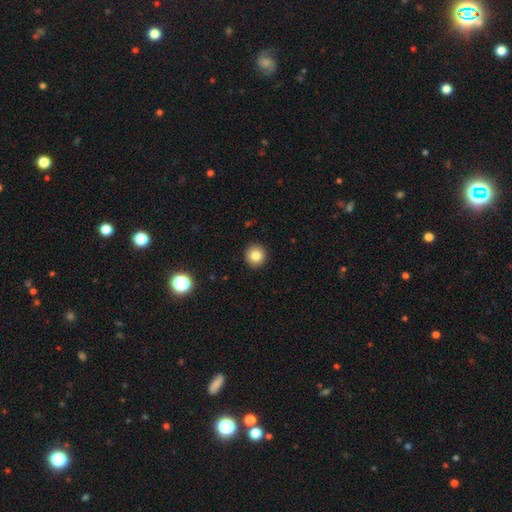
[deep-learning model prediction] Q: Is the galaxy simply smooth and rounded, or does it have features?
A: smooth — 82%.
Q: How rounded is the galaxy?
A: round — 94%.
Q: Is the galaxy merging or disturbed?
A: none — 93%.